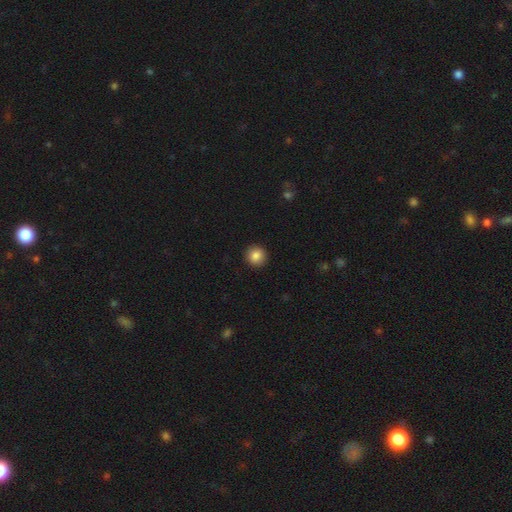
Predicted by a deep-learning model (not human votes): The model was most divided on "smooth or featured": smooth: 87%, star or artifact: 9%, featured or disk: 4%. More confident: how rounded — round (93%); merging — none (92%).